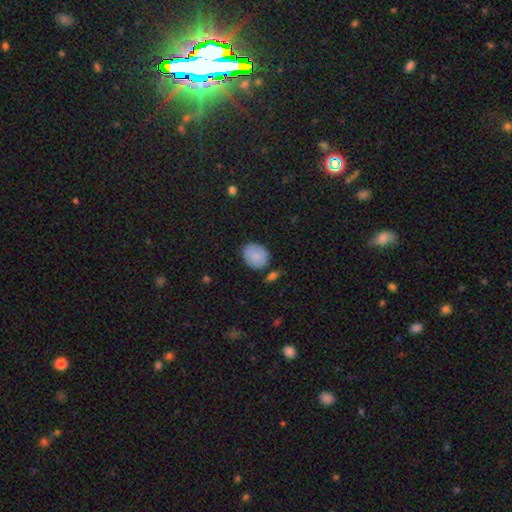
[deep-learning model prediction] Q: Smooth or featured?
A: smooth (85%); runner-up: star or artifact (8%)
Q: How rounded?
A: round (55%); runner-up: in between (44%)
Q: Merging?
A: none (75%); runner-up: minor disturbance (17%)